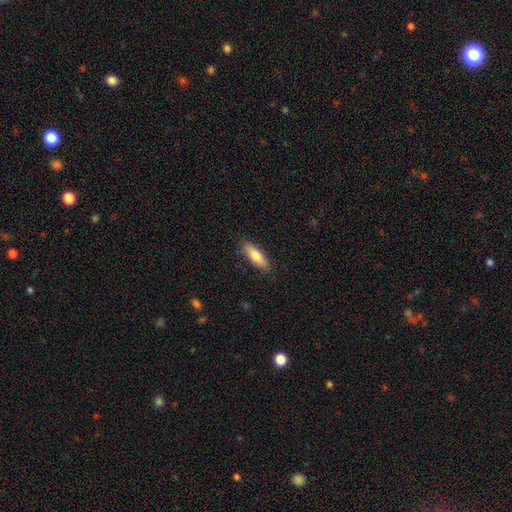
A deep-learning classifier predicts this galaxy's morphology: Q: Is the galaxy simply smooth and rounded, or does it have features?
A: smooth — 73%.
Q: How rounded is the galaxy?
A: in between — 54%.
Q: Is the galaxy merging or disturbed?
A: none — 86%.